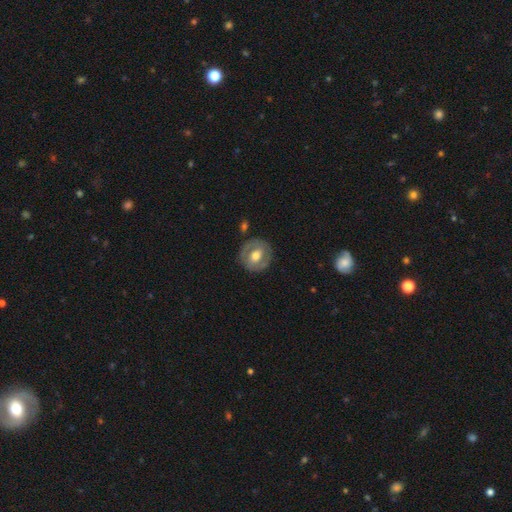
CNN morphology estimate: A featured or disk galaxy (53%) with no bar (47%), no spiral arms (62%) and a moderate central bulge (70%).

Vote fractions:
- Smooth or featured? featured or disk: 53% / smooth: 41% / star or artifact: 5%
- Edge-on disk? no: 96% / yes: 4%
- Bar? no: 47% / weak: 37% / strong: 16%
- Spiral arms? no: 62% / yes: 38%
- Bulge size? moderate: 70% / large: 20% / small: 8% / dominant: 1% / none: 1%
- Merging? none: 82% / minor disturbance: 12% / major disturbance: 4% / merger: 2%